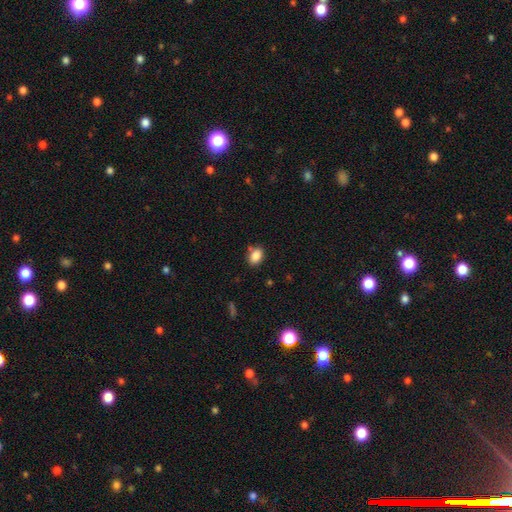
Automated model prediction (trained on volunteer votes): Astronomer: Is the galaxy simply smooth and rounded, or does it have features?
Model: smooth — 86%.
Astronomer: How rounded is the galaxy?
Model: in between — 79%.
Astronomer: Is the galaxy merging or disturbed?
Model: none — 75%.